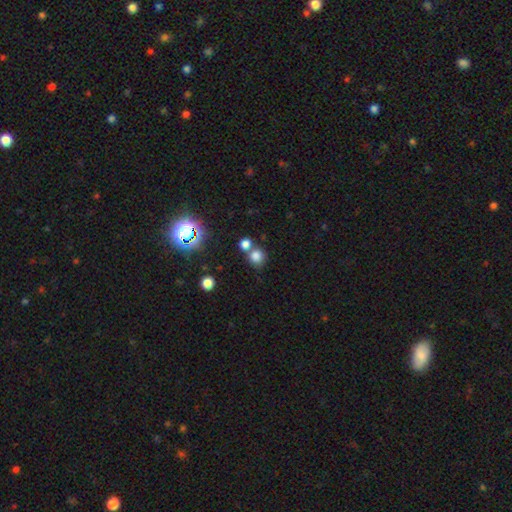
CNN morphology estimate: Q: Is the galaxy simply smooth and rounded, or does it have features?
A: smooth — 76%.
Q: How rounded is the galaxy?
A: round — 87%.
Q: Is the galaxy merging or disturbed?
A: none — 57%.